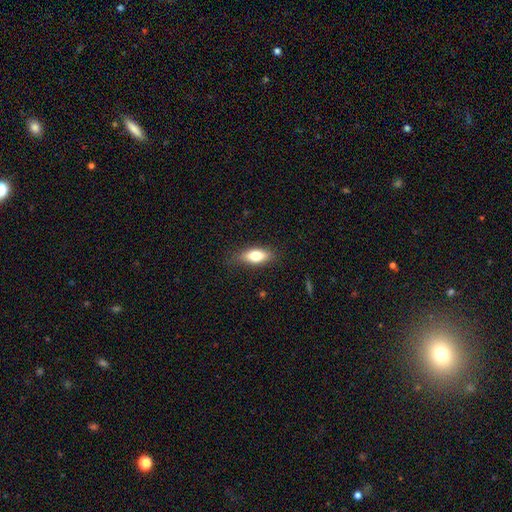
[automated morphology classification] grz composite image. It shows a smooth galaxy with no disk features (74%) that is in between round and cigar-shaped (76%). Merging: none (79%).